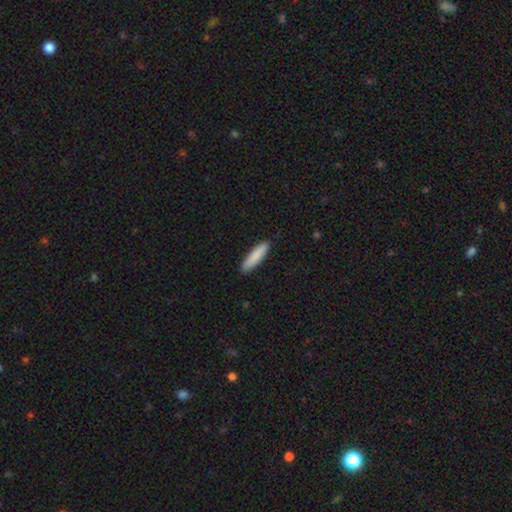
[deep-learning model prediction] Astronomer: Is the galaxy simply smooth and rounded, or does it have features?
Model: smooth — 87%.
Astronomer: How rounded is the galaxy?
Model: cigar-shaped — 78%.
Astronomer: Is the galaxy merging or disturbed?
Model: none — 90%.